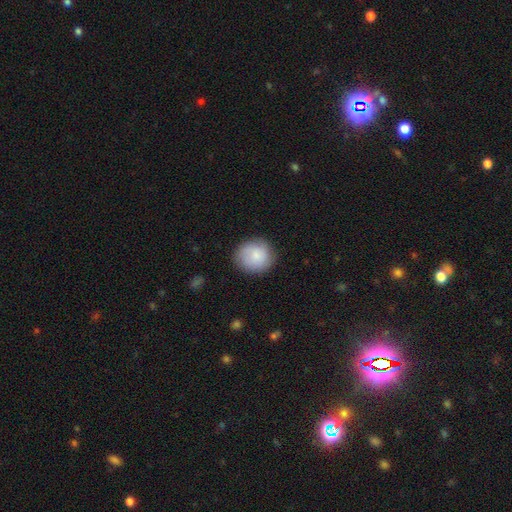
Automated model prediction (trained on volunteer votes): Smooth or featured? smooth (83%)
How rounded? round (86%)
Merging? none (82%)